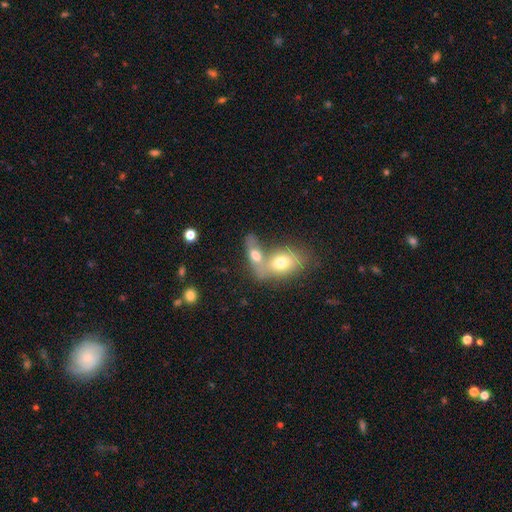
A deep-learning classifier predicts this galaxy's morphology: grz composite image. It shows a smooth galaxy with no disk features (66%) that is in between round and cigar-shaped (81%). Merging: merger (64%).